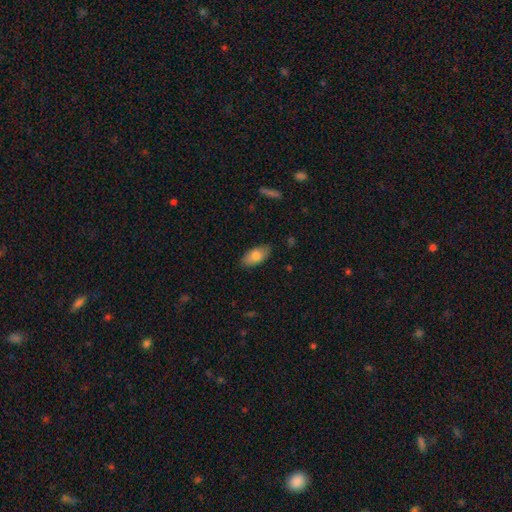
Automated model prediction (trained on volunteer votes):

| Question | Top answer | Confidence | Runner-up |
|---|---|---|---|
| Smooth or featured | smooth | 79% | featured or disk (15%) |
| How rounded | in between | 92% | cigar-shaped (5%) |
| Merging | none | 85% | minor disturbance (12%) |